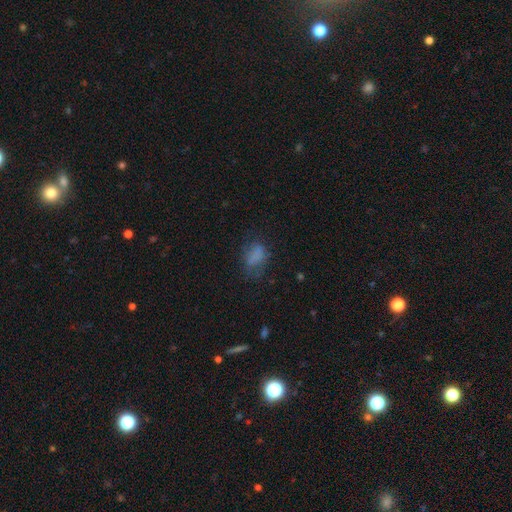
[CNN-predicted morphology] Q: Smooth or featured?
A: smooth (73%); runner-up: featured or disk (14%)
Q: How rounded?
A: in between (81%); runner-up: round (16%)
Q: Merging?
A: none (51%); runner-up: minor disturbance (27%)